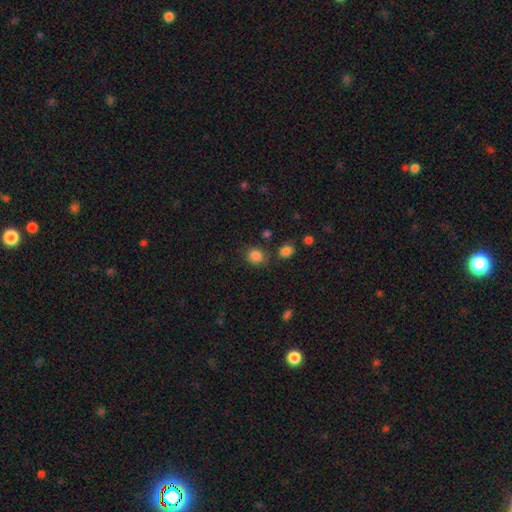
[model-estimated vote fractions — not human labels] Morphology: type=smooth (84%); roundness=round (80%); merging=none (75%).